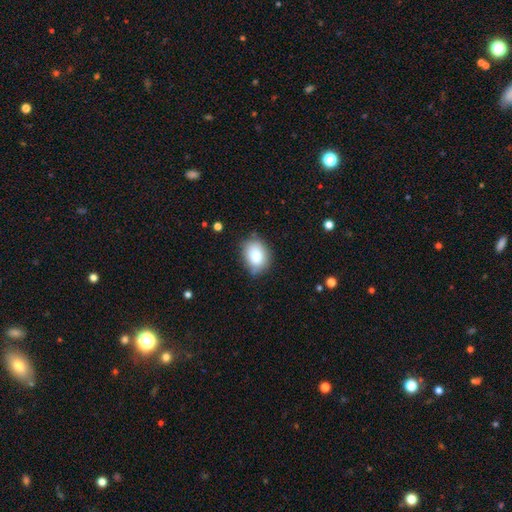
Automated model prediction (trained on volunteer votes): smooth-or-featured: smooth: 79% | featured or disk: 12% | star or artifact: 9%
  how-rounded: in between: 60% | round: 39% | cigar-shaped: 1%
  merging: none: 78% | minor disturbance: 17% | major disturbance: 3% | merger: 2%